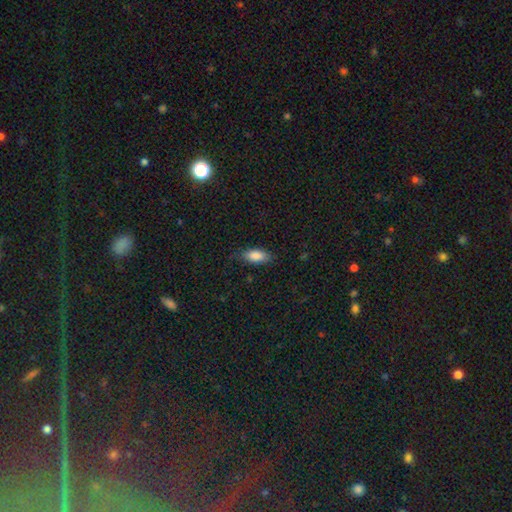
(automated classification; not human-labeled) smooth-or-featured: smooth: 86% | star or artifact: 7% | featured or disk: 7%
  how-rounded: in between: 88% | cigar-shaped: 9% | round: 3%
  merging: none: 78% | minor disturbance: 17% | major disturbance: 4% | merger: 1%